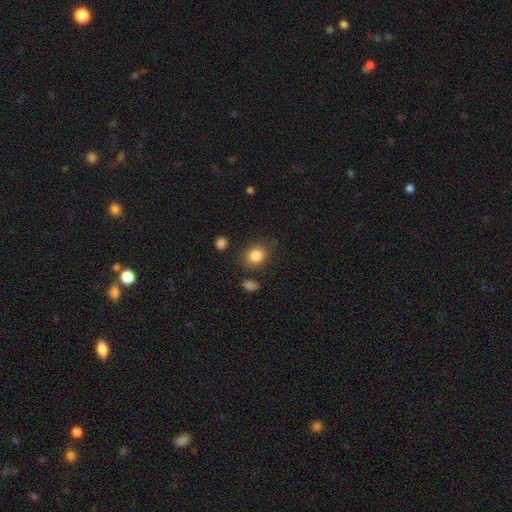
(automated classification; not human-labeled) smooth 85%, star or artifact 10%, featured or disk 6%. Down the decision tree: how rounded — round (66%); merging — none (82%).